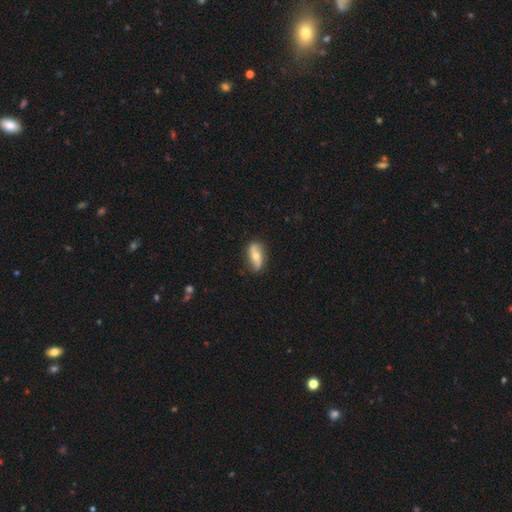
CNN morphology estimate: A featured or disk galaxy (59%). Merging: none (78%).